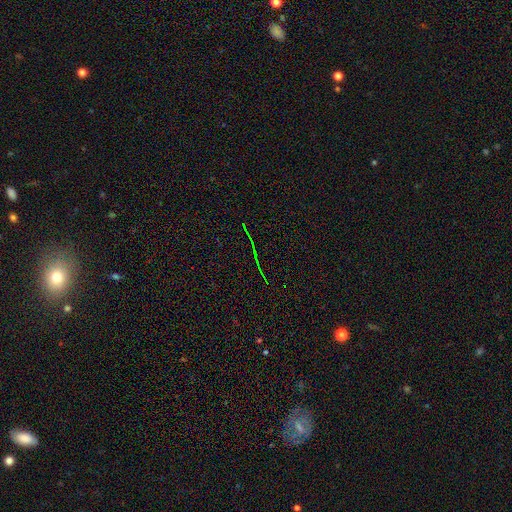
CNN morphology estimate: A star or artifact, not a galaxy (79%).

Vote fractions:
- Smooth or featured? star or artifact: 79% / featured or disk: 13% / smooth: 9%